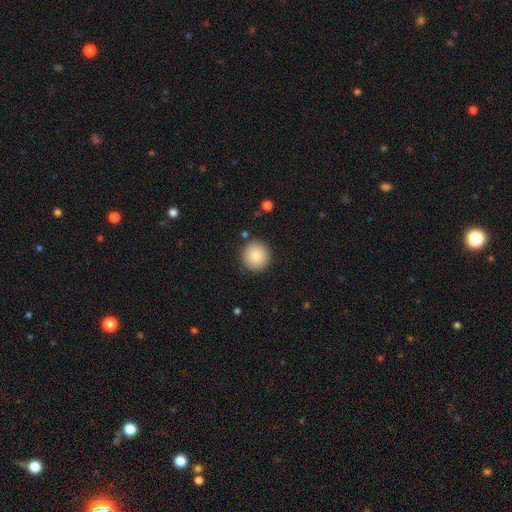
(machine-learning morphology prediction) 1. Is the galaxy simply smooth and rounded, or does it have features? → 84% smooth, 8% star or artifact, 8% featured or disk.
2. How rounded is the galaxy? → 94% round, 5% in between, 1% cigar-shaped.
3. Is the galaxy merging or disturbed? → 89% none, 7% minor disturbance, 2% major disturbance, 2% merger.